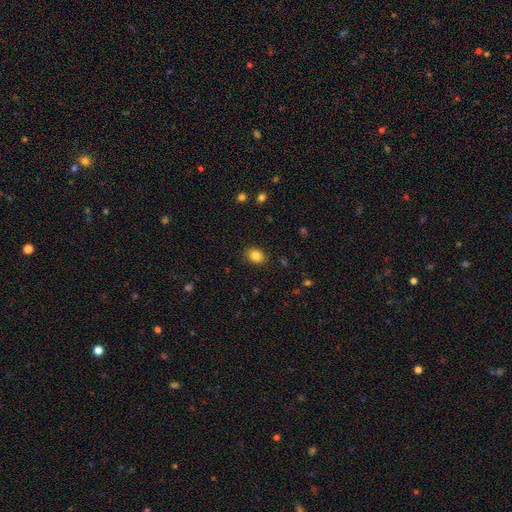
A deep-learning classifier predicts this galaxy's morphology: The model was most divided on "how rounded": in between: 67%, round: 32%, cigar-shaped: 1%. More confident: merging — none (88%); smooth or featured — smooth (86%).